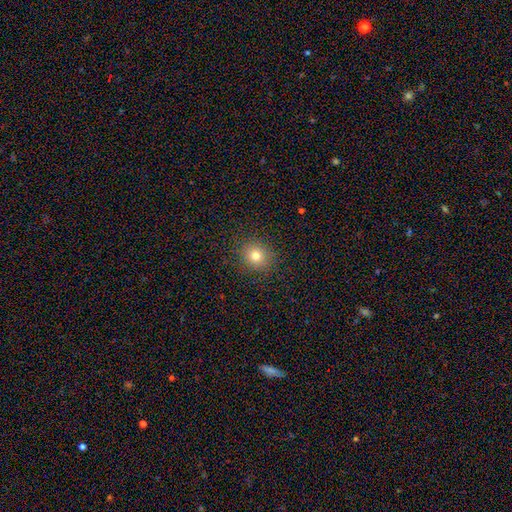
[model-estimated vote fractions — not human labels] The model was most divided on "smooth or featured": smooth: 78%, star or artifact: 14%, featured or disk: 8%. More confident: merging — none (90%); how rounded — round (87%).